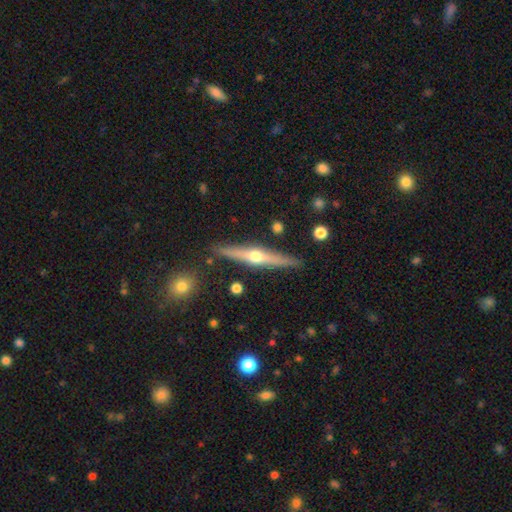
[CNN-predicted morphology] smooth-or-featured: featured or disk: 71% | smooth: 23% | star or artifact: 6%
  disk-edge-on: yes: 97% | no: 3%
    edge-on-bulge: rounded: 93% | none: 4% | boxy: 3%
  merging: none: 88% | minor disturbance: 8% | merger: 2% | major disturbance: 2%